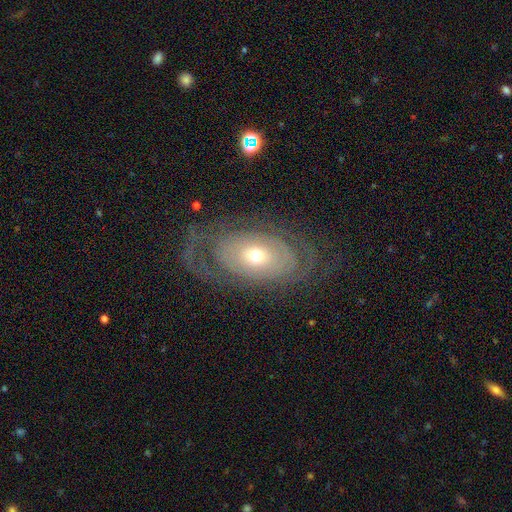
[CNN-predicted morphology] type=featured or disk (75%); edge-on=no (92%); bar=no (82%); spiral arms=yes (75%); winding=tight (68%); arm count=can't tell (42%); bulge=moderate (53%); merging=none (68%).